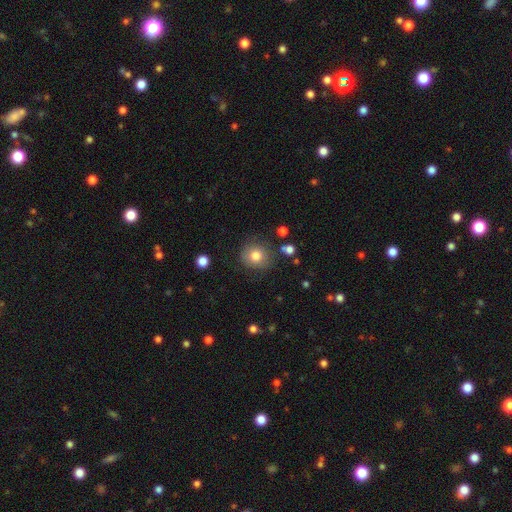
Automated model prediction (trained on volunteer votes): This is clearly a smooth galaxy (81%). How rounded: clearly round (87%). Merging: clearly none (82%).